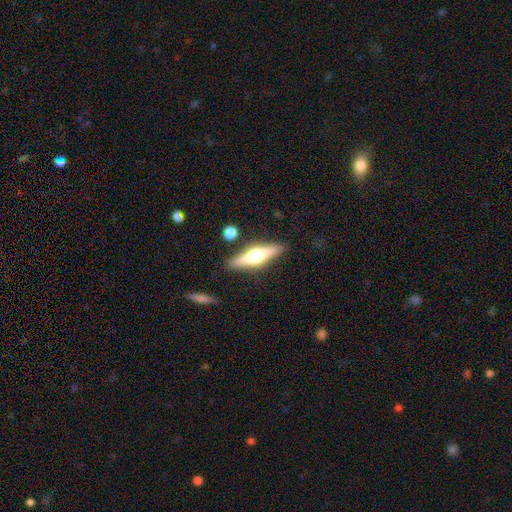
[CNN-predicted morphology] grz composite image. It shows a featured or disk galaxy (61%) viewed edge-on (95%) with a rounded central bulge (94%). Merging: none (85%).